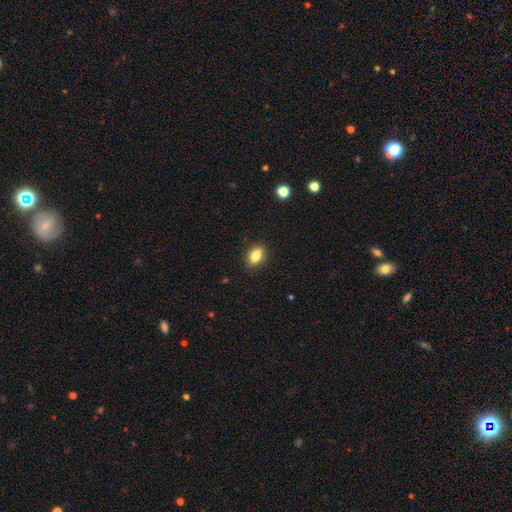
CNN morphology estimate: smooth 84%, star or artifact 8%, featured or disk 7%. Down the decision tree: how rounded — in between (85%); merging — none (87%).